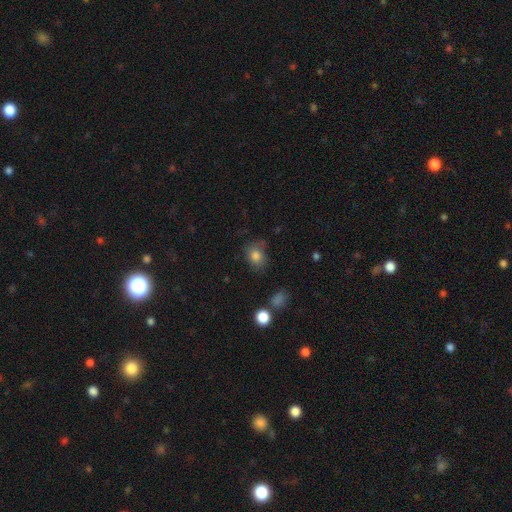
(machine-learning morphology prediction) Smooth or featured: smooth — 81% (star or artifact — 11%)
How rounded: in between — 50% (round — 49%)
Merging: none — 68% (minor disturbance — 22%)